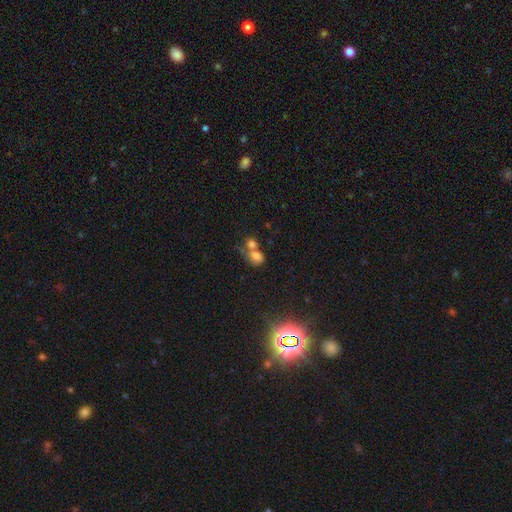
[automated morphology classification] Smooth or featured?
  - smooth: 71% *
  - featured or disk: 16%
  - star or artifact: 14%
How rounded?
  - in between: 54% *
  - round: 44%
  - cigar-shaped: 2%
Merging?
  - merger: 61% *
  - none: 23%
  - minor disturbance: 9%
  - major disturbance: 7%